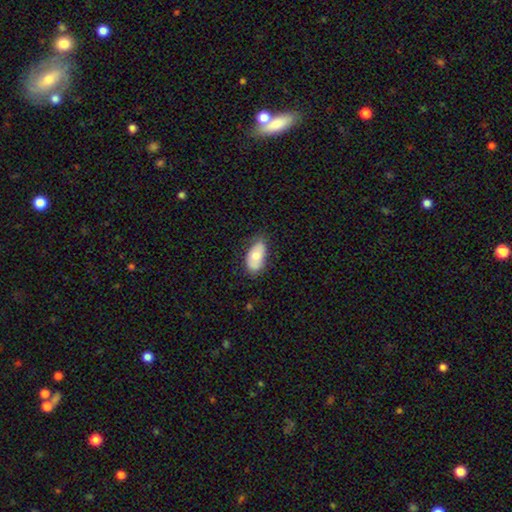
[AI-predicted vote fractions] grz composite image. It shows a smooth galaxy with no disk features (70%) that is in between round and cigar-shaped (93%). Merging: none (69%).